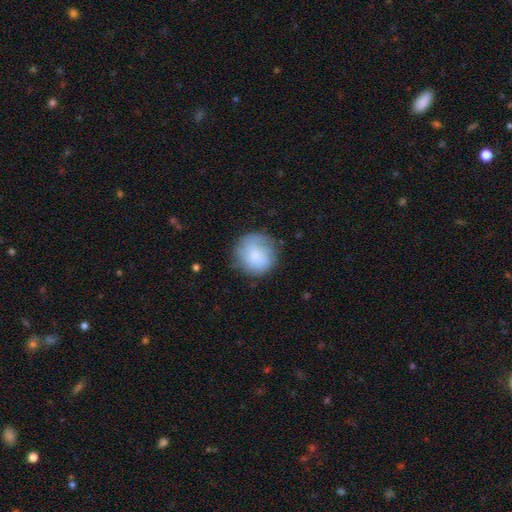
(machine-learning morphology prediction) Smooth or featured: smooth — 70% (featured or disk — 23%)
How rounded: round — 90% (in between — 9%)
Merging: none — 69% (minor disturbance — 21%)